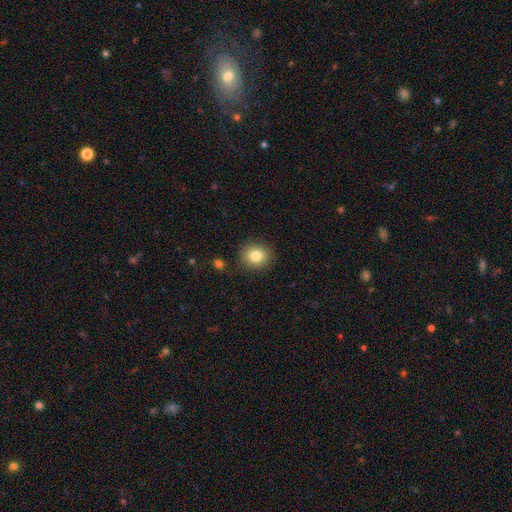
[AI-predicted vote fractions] A smooth galaxy with no disk features (82%) that is round (82%). Merging: none (88%).